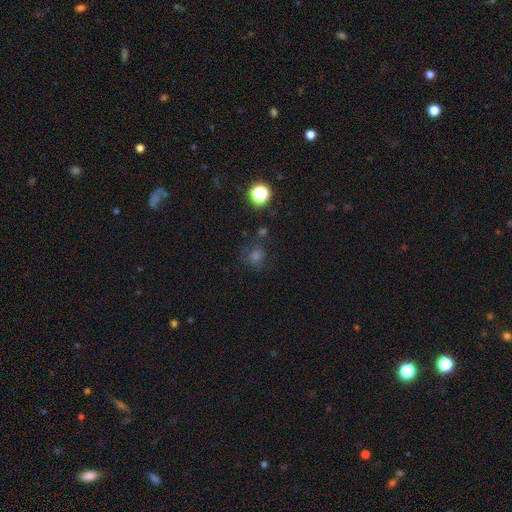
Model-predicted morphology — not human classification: smooth 50%, star or artifact 36%, featured or disk 15%. Down the decision tree: merging — none (71%).